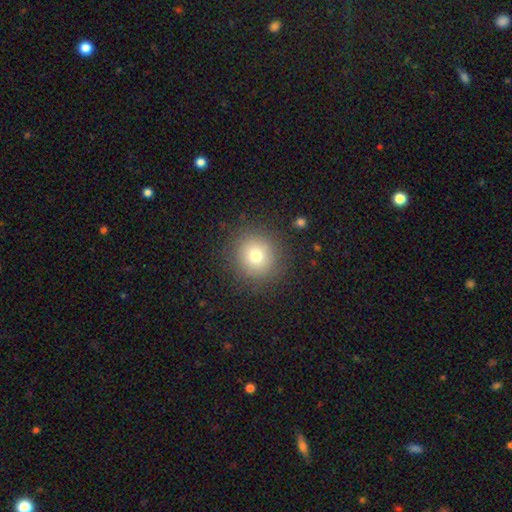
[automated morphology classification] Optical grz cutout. It shows a smooth galaxy with no disk features (73%) that is round (93%). Merging: none (87%).